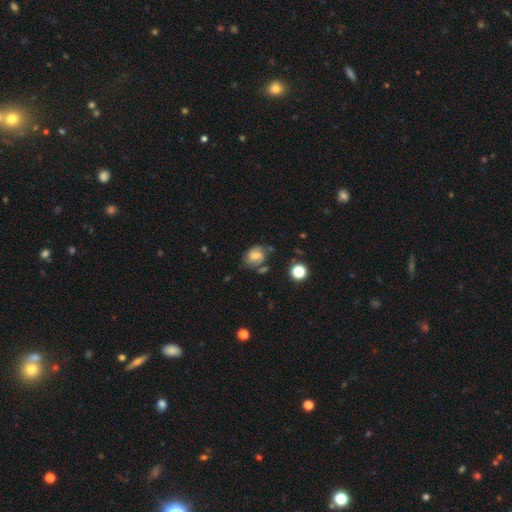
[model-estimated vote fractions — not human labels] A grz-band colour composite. It shows a featured or disk galaxy (48%). Merging: none (53%).